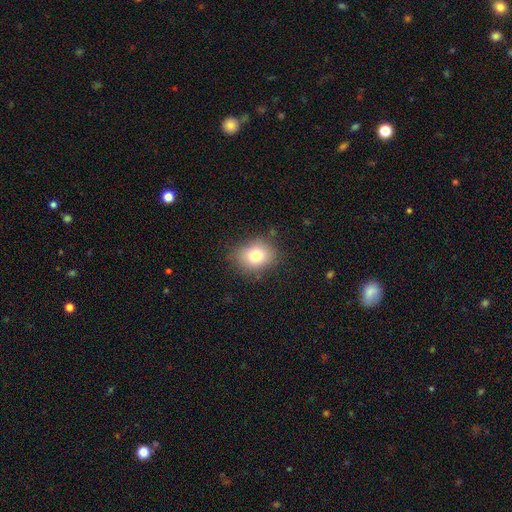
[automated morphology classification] Smooth or featured?
  - smooth: 76% *
  - featured or disk: 12%
  - star or artifact: 12%
How rounded?
  - round: 55% *
  - in between: 44%
  - cigar-shaped: 1%
Merging?
  - none: 81% *
  - minor disturbance: 14%
  - major disturbance: 4%
  - merger: 1%